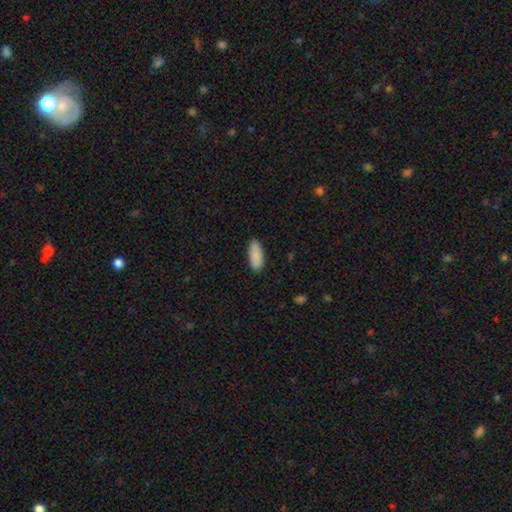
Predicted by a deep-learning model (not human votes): Smooth or featured? Predicted: smooth (p=0.89). How rounded? Predicted: in between (p=0.82). Merging? Predicted: none (p=0.88).